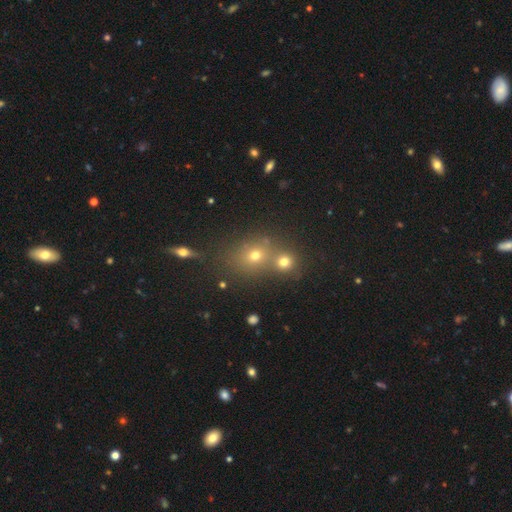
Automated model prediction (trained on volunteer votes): smooth-or-featured: smooth: 52% | star or artifact: 36% | featured or disk: 12%
  how-rounded: round: 76% | in between: 23% | cigar-shaped: 2%
  merging: none: 55% | merger: 34% | minor disturbance: 7% | major disturbance: 3%